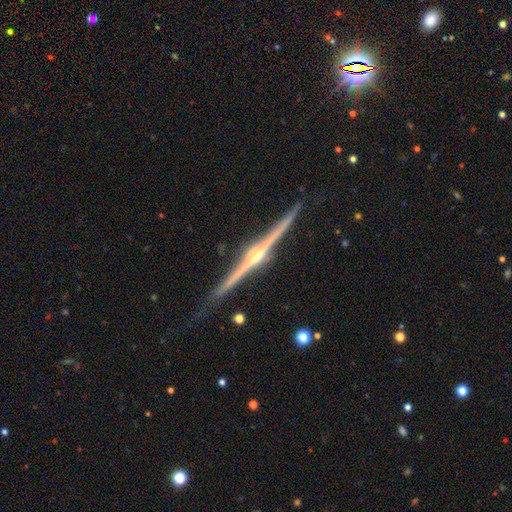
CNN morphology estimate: A featured or disk galaxy (90%) viewed edge-on (99%) with a rounded central bulge (91%).

Vote fractions:
- Smooth or featured? featured or disk: 90% / smooth: 5% / star or artifact: 5%
- Edge-on disk? yes: 99% / no: 1%
- Edge-on bulge? rounded: 91% / boxy: 5% / none: 4%
- Merging? none: 89% / minor disturbance: 8% / major disturbance: 1% / merger: 1%